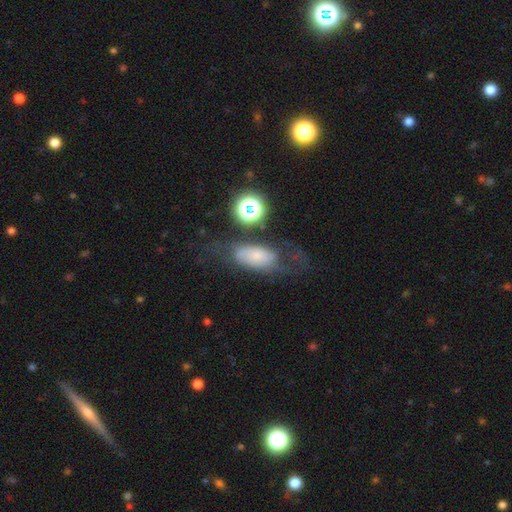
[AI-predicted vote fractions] smooth-or-featured: smooth: 43% | featured or disk: 42% | star or artifact: 15%
  merging: none: 43% | major disturbance: 29% | minor disturbance: 23% | merger: 6%